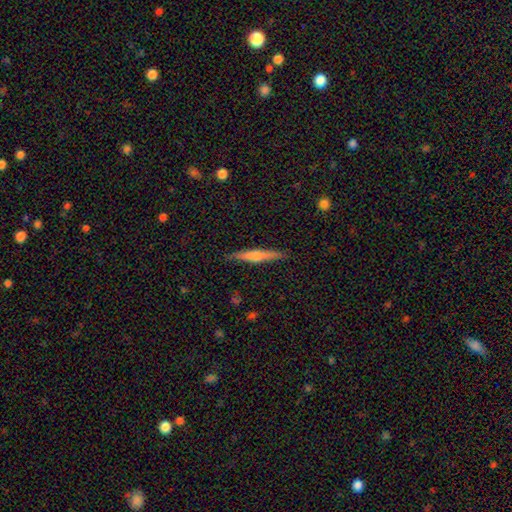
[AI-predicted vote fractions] The model was most divided on "smooth or featured": featured or disk: 62%, smooth: 31%, star or artifact: 6%. More confident: edge-on disk — yes (98%); merging — none (91%); edge-on bulge — rounded (75%).